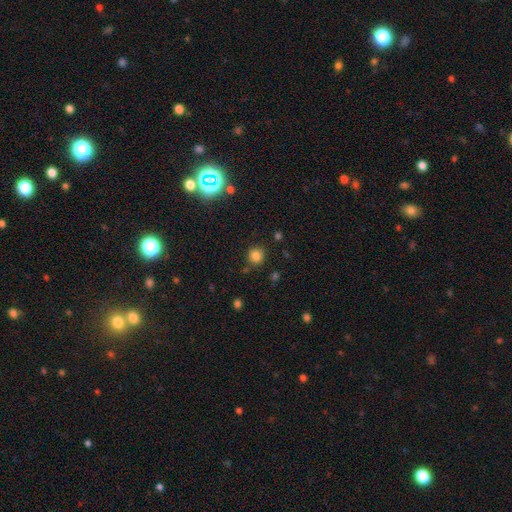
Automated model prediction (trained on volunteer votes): smooth 80%, star or artifact 15%, featured or disk 5%. Down the decision tree: how rounded — round (89%); merging — none (84%).